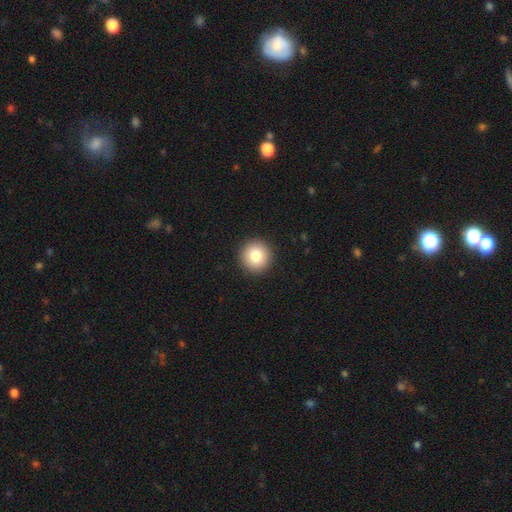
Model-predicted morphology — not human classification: This is clearly a smooth galaxy (81%). How rounded: clearly round (95%). Merging: clearly none (93%).